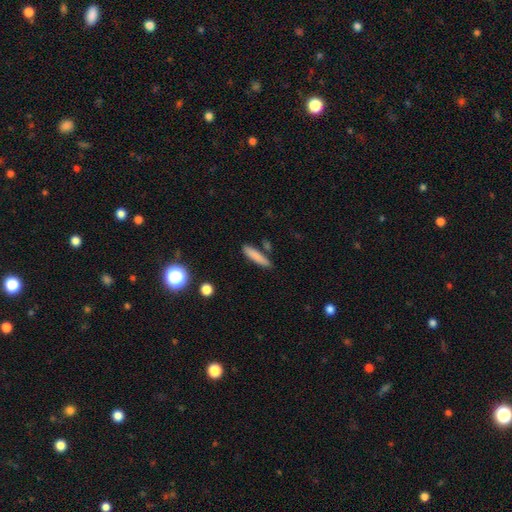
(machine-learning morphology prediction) Smooth or featured?
  - smooth: 83% *
  - featured or disk: 10%
  - star or artifact: 7%
How rounded?
  - cigar-shaped: 81% *
  - in between: 17%
  - round: 2%
Merging?
  - none: 80% *
  - minor disturbance: 12%
  - merger: 5%
  - major disturbance: 2%